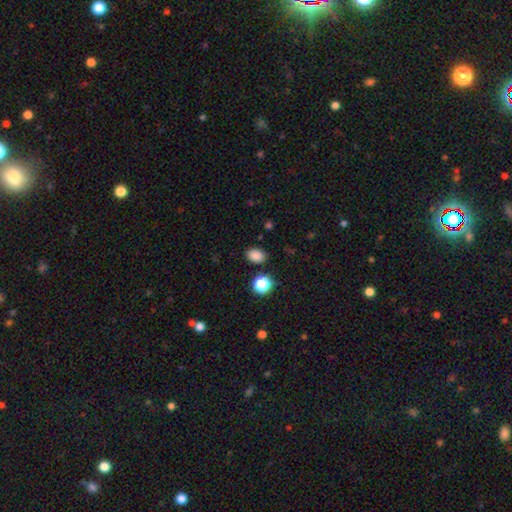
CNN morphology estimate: This is clearly a smooth galaxy (84%). How rounded: likely in between (70%). Merging: clearly none (85%).